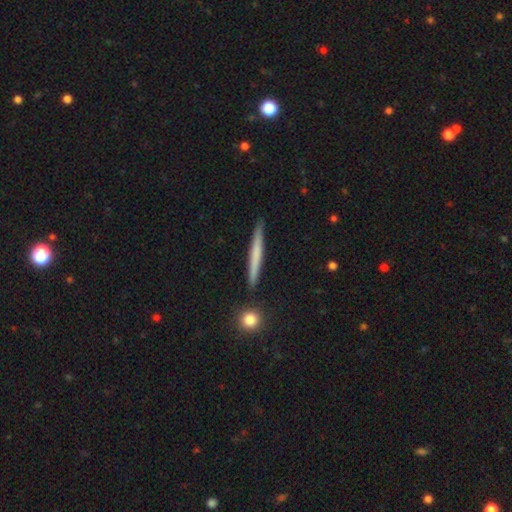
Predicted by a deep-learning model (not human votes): smooth 56%, featured or disk 39%, star or artifact 5%. Down the decision tree: how rounded — cigar-shaped (97%); merging — none (90%).